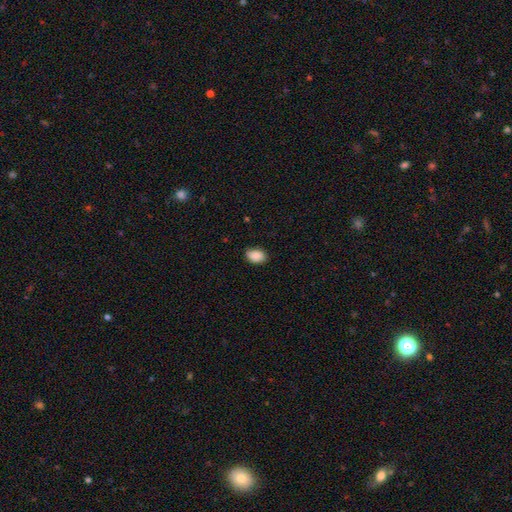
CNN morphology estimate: Q: Smooth or featured?
A: smooth (89%); runner-up: star or artifact (7%)
Q: How rounded?
A: in between (85%); runner-up: round (13%)
Q: Merging?
A: none (83%); runner-up: minor disturbance (13%)